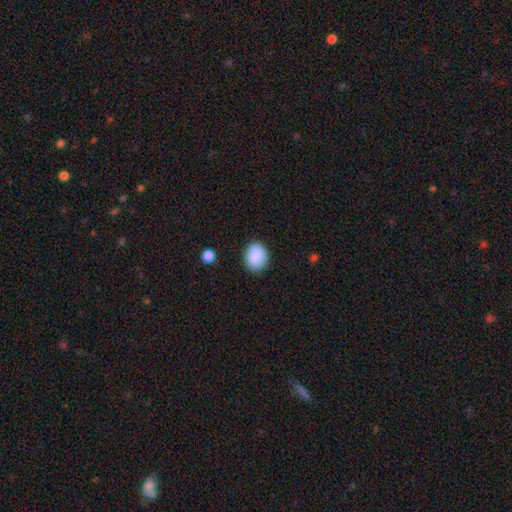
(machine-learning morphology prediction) This is clearly a smooth galaxy (88%). How rounded: possibly round (55%). Merging: clearly none (83%).